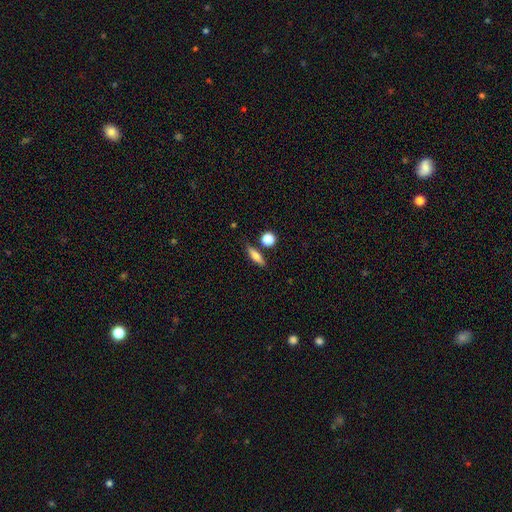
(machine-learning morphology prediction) smooth-or-featured: smooth: 68% | featured or disk: 23% | star or artifact: 9%
  how-rounded: cigar-shaped: 50% | in between: 43% | round: 8%
  merging: none: 77% | minor disturbance: 13% | merger: 7% | major disturbance: 3%